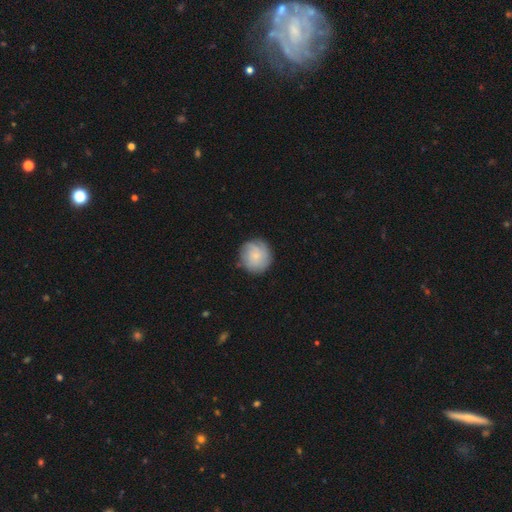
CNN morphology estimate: This appears to be a smooth galaxy with no disk features (65%) that is round (90%). Merging: none (77%).